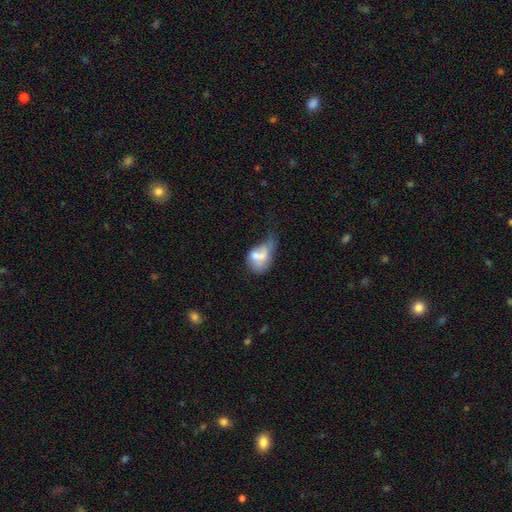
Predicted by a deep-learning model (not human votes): This appears to be a smooth galaxy with no disk features (56%) that is in between round and cigar-shaped (70%). Merging: major disturbance (36%).